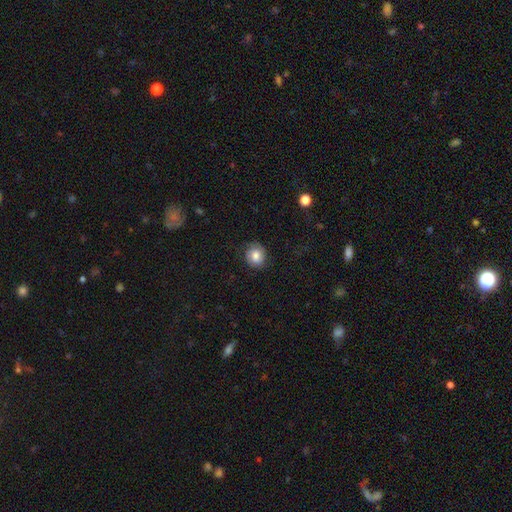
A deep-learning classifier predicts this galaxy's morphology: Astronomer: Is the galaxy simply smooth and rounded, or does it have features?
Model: smooth — 72%.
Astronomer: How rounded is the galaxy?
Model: round — 75%.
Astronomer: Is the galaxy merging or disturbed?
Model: none — 76%.